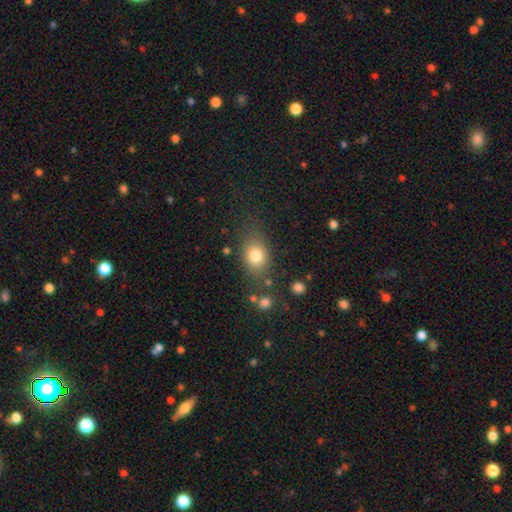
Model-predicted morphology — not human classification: smooth-or-featured: smooth: 80% | star or artifact: 10% | featured or disk: 10%
  how-rounded: in between: 61% | round: 37% | cigar-shaped: 2%
  merging: none: 70% | minor disturbance: 17% | major disturbance: 8% | merger: 5%